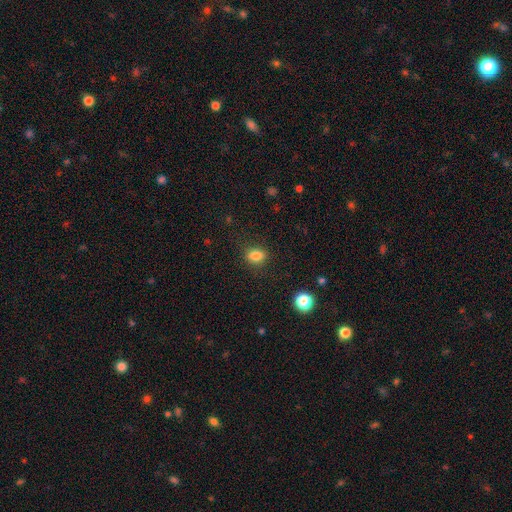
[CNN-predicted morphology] smooth_or_featured: smooth (p=0.84) [alt: star or artifact p=0.11]
how_rounded: in between (p=0.66) [alt: round p=0.32]
merging: none (p=0.84) [alt: minor disturbance p=0.11]